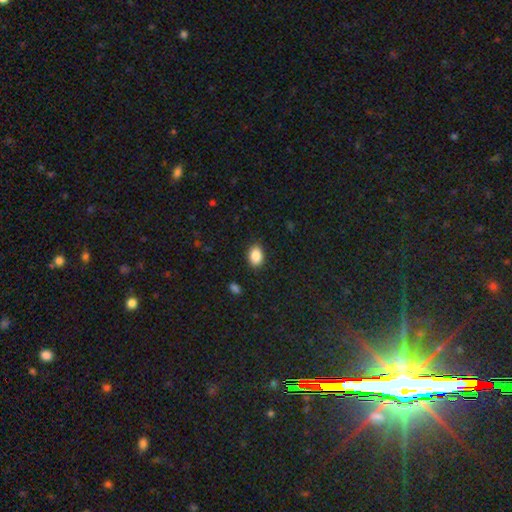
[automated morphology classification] This is clearly a smooth galaxy (87%). How rounded: clearly in between (80%). Merging: clearly none (87%).